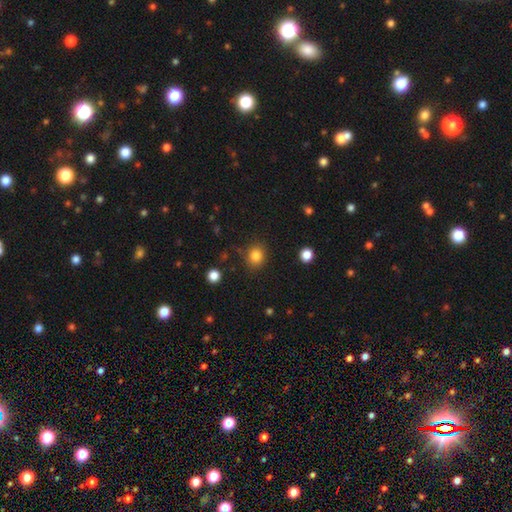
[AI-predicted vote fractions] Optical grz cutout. It shows a smooth galaxy with no disk features (83%) that is round (77%). Merging: none (84%).